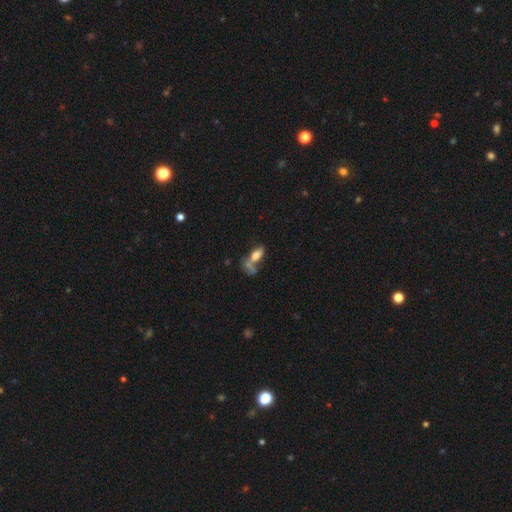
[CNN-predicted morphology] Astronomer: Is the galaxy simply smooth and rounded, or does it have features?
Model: smooth — 70%.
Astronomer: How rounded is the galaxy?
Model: in between — 82%.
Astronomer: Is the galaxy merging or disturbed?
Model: merger — 45% (runner-up: none, 32%).